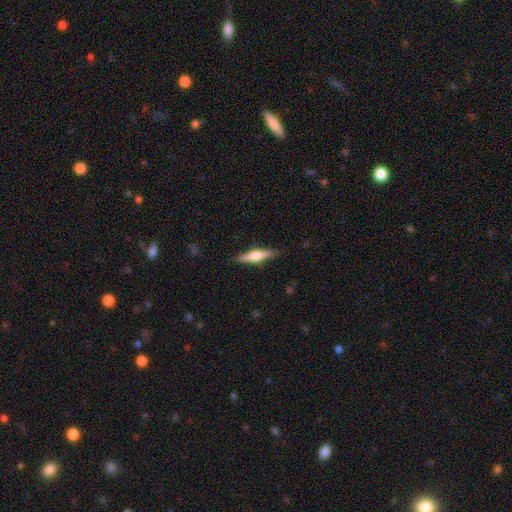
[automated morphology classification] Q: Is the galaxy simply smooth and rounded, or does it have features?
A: featured or disk — 50%.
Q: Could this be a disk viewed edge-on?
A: yes — 95%.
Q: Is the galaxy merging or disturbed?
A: none — 87%.